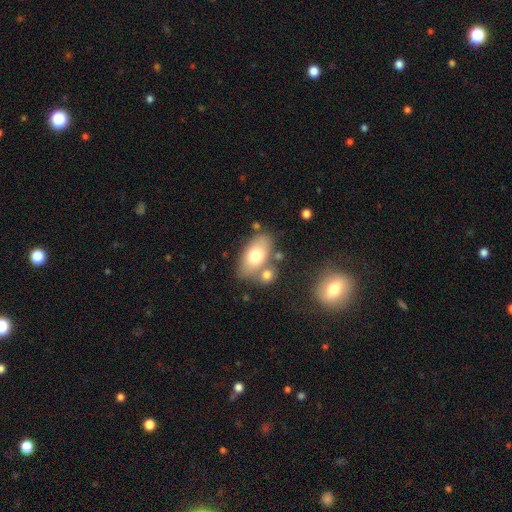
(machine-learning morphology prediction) This is likely a smooth galaxy (71%). How rounded: clearly in between (90%). Merging: likely none (61%).